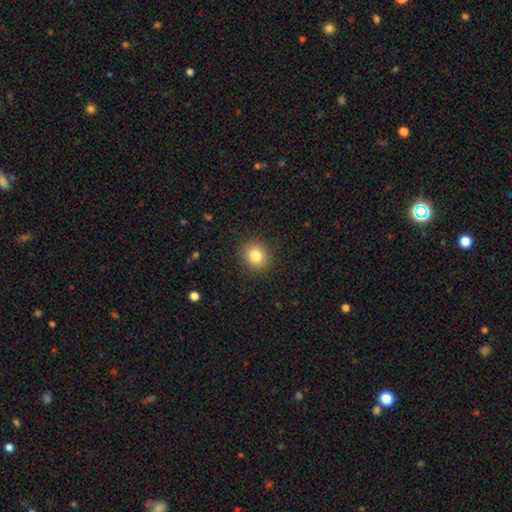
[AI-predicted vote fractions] A smooth galaxy with no disk features (82%) that is round (72%). Merging: none (90%).